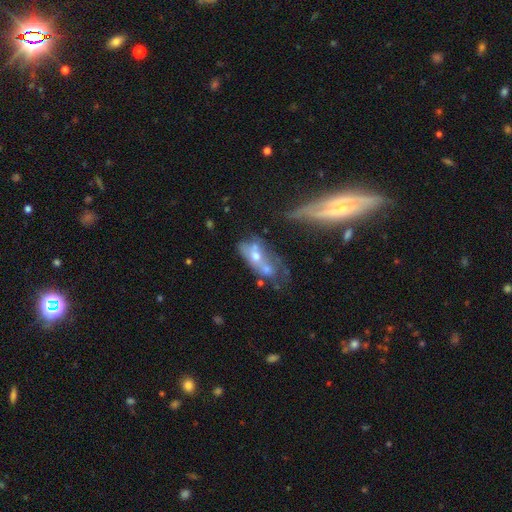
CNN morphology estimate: Overall: featured or disk (54%; smooth 35%). Edge-on disk: no (82%). Merging: merger (45%; major disturbance 21%).